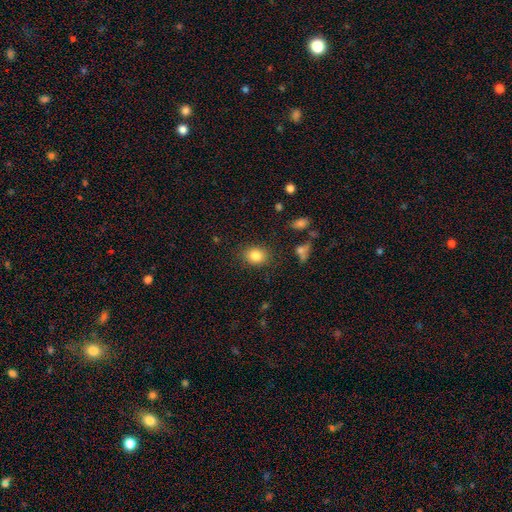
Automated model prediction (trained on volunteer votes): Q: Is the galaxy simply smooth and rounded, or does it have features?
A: smooth — 83%.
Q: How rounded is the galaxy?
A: round — 51%.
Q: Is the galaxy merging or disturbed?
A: none — 85%.